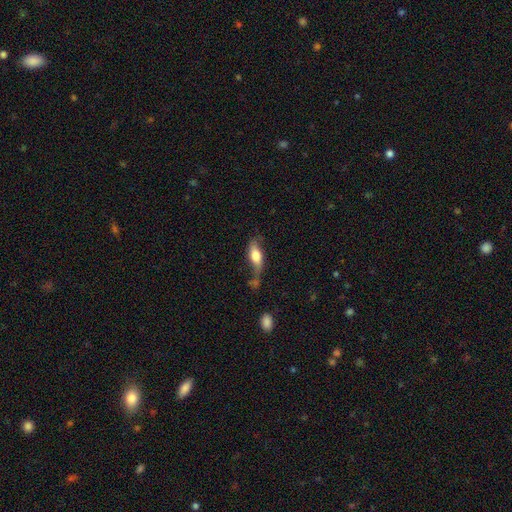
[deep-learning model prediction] Q: Smooth or featured?
A: smooth (53%); runner-up: featured or disk (40%)
Q: How rounded?
A: in between (74%); runner-up: cigar-shaped (21%)
Q: Merging?
A: none (38%); runner-up: minor disturbance (26%)